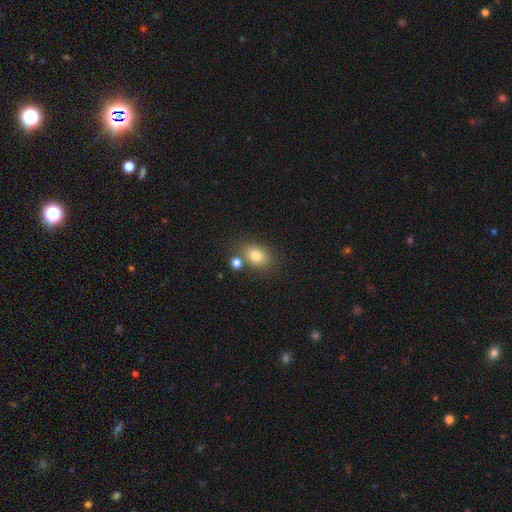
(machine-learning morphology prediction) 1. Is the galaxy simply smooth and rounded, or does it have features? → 79% smooth, 11% star or artifact, 10% featured or disk.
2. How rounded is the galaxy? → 68% in between, 31% round, 1% cigar-shaped.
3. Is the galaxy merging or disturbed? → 67% none, 17% merger, 12% minor disturbance, 4% major disturbance.